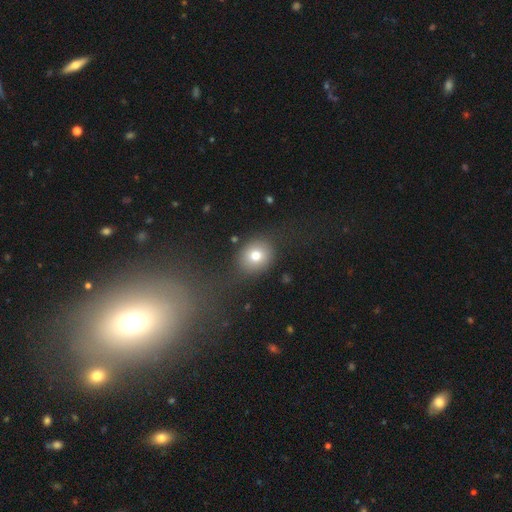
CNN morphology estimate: Q: Smooth or featured?
A: smooth (76%); runner-up: featured or disk (12%)
Q: How rounded?
A: round (71%); runner-up: in between (28%)
Q: Merging?
A: none (76%); runner-up: minor disturbance (12%)